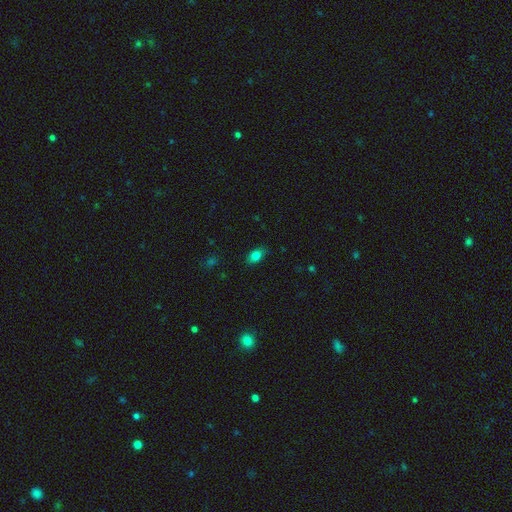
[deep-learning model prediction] Q: Smooth or featured?
A: smooth (80%); runner-up: star or artifact (11%)
Q: How rounded?
A: in between (85%); runner-up: round (11%)
Q: Merging?
A: none (82%); runner-up: minor disturbance (14%)